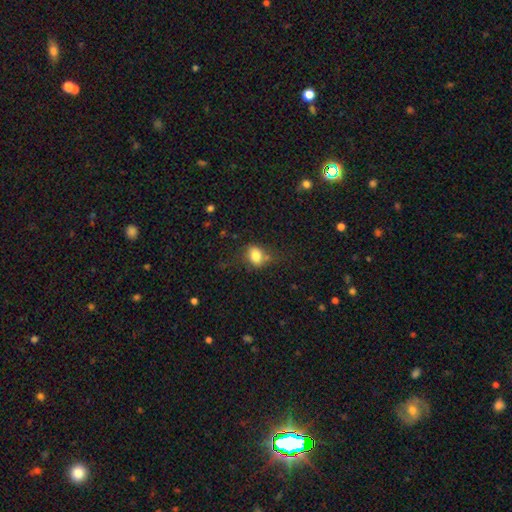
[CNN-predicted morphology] This is clearly a smooth galaxy (80%). How rounded: likely in between (66%). Merging: possibly none (57%).